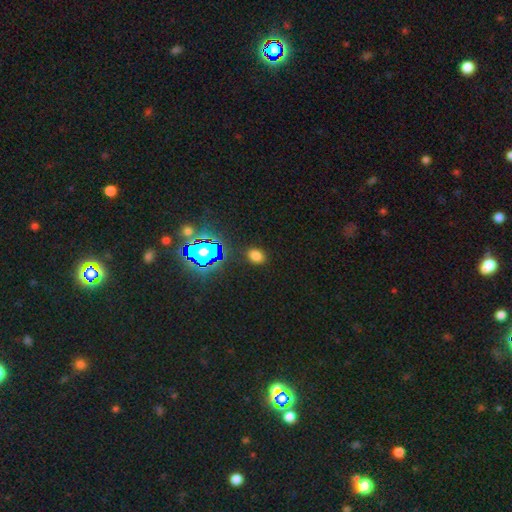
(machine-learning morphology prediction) Smooth or featured? Predicted: smooth (p=0.69). How rounded? Predicted: in between (p=0.65). Merging? Predicted: none (p=0.87).